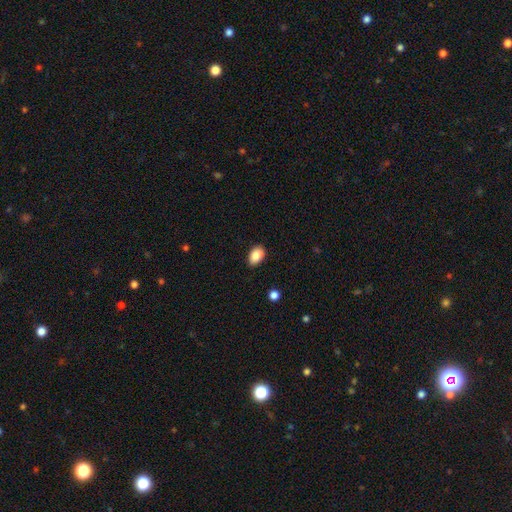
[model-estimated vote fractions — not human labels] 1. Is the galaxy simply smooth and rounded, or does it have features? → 87% smooth, 8% star or artifact, 5% featured or disk.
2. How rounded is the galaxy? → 88% in between, 11% round, 1% cigar-shaped.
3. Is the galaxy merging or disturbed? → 86% none, 11% minor disturbance, 2% major disturbance, 1% merger.